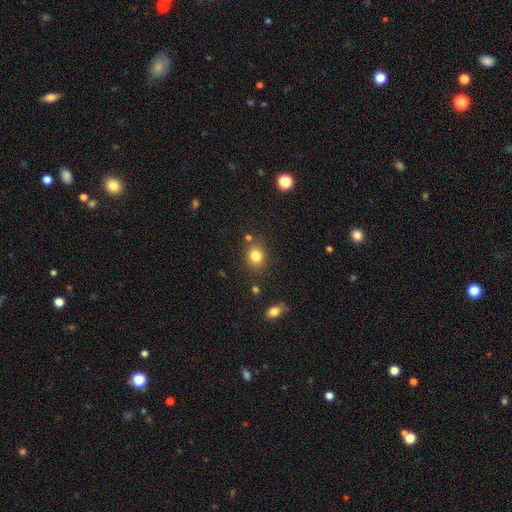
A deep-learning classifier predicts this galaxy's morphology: Smooth or featured: smooth — 81% (star or artifact — 12%)
How rounded: round — 62% (in between — 37%)
Merging: none — 80% (minor disturbance — 11%)